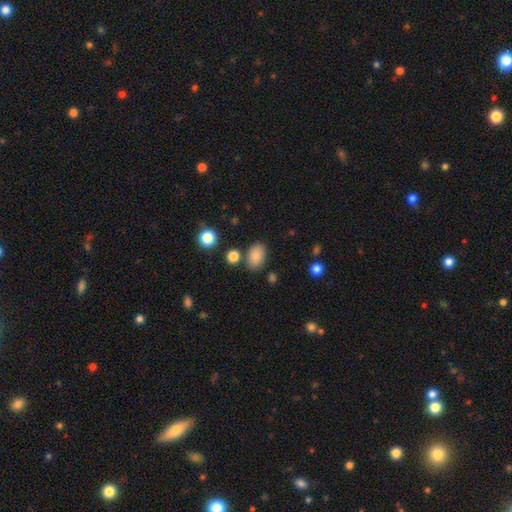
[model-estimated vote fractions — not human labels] smooth_or_featured: smooth (p=0.86) [alt: star or artifact p=0.09]
how_rounded: in between (p=0.87) [alt: round p=0.12]
merging: none (p=0.79) [alt: minor disturbance p=0.12]